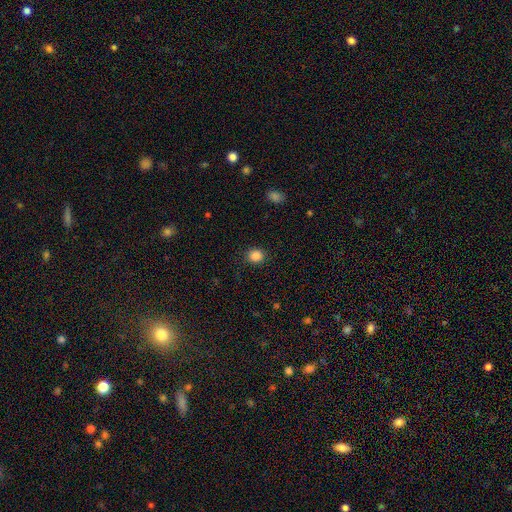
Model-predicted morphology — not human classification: smooth 86%, star or artifact 11%, featured or disk 3%. Down the decision tree: how rounded — round (86%); merging — none (89%).